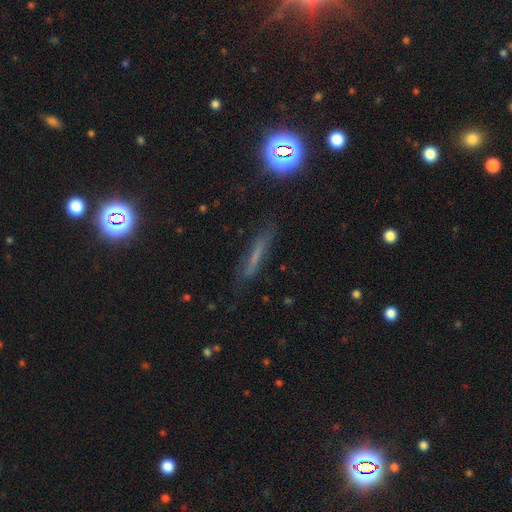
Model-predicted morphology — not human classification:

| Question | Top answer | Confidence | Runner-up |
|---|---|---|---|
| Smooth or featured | smooth | 45% | featured or disk (33%) |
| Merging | none | 77% | minor disturbance (15%) |